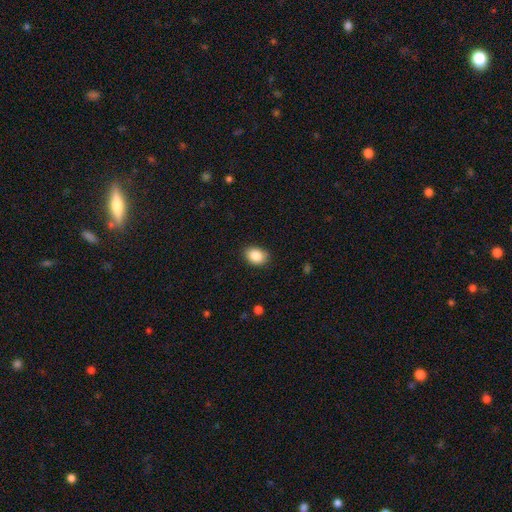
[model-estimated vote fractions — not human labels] Smooth or featured?
  - smooth: 87% *
  - star or artifact: 8%
  - featured or disk: 5%
How rounded?
  - in between: 72% *
  - round: 27%
  - cigar-shaped: 1%
Merging?
  - none: 85% *
  - minor disturbance: 11%
  - major disturbance: 2%
  - merger: 1%